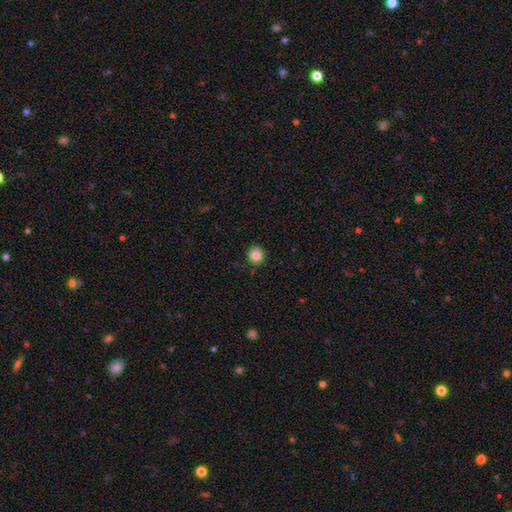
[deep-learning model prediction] Smooth or featured?
  - smooth: 84% *
  - star or artifact: 10%
  - featured or disk: 6%
How rounded?
  - round: 85% *
  - in between: 15%
  - cigar-shaped: 1%
Merging?
  - none: 87% *
  - minor disturbance: 10%
  - major disturbance: 2%
  - merger: 1%